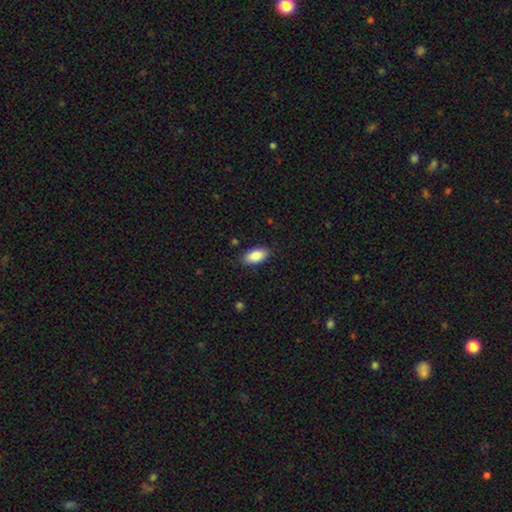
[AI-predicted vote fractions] This is clearly a smooth galaxy (88%). How rounded: clearly in between (93%). Merging: clearly none (87%).